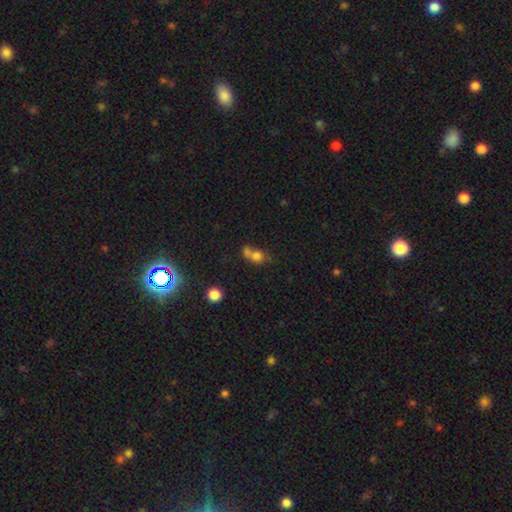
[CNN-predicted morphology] smooth-or-featured: smooth: 73% | star or artifact: 14% | featured or disk: 13%
  how-rounded: round: 64% | in between: 34% | cigar-shaped: 2%
  merging: merger: 59% | none: 27% | minor disturbance: 9% | major disturbance: 6%